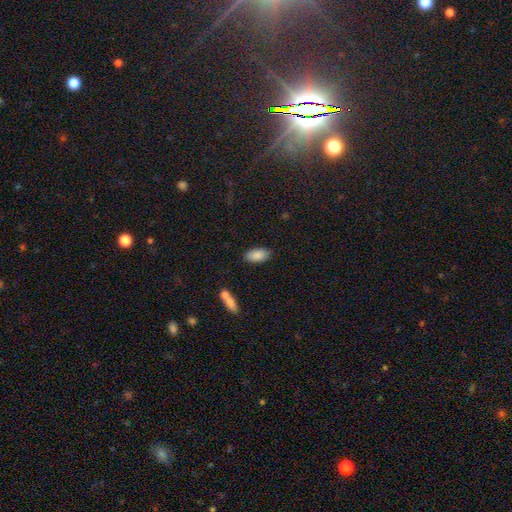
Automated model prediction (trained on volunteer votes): A smooth galaxy with no disk features (88%) that is in between round and cigar-shaped (93%). Merging: none (83%).